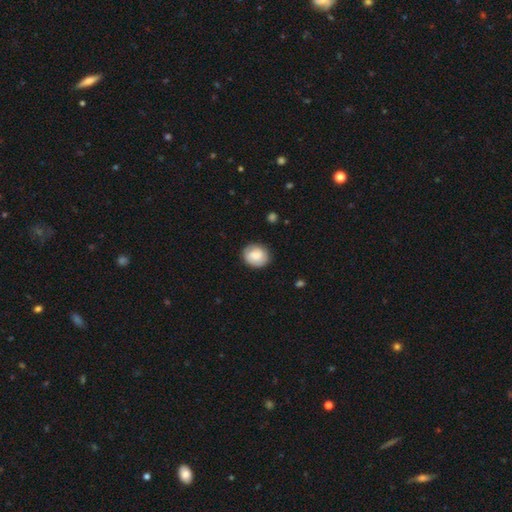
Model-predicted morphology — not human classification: The model was most divided on "how rounded": round: 71%, in between: 28%, cigar-shaped: 1%. More confident: merging — none (84%); smooth or featured — smooth (79%).